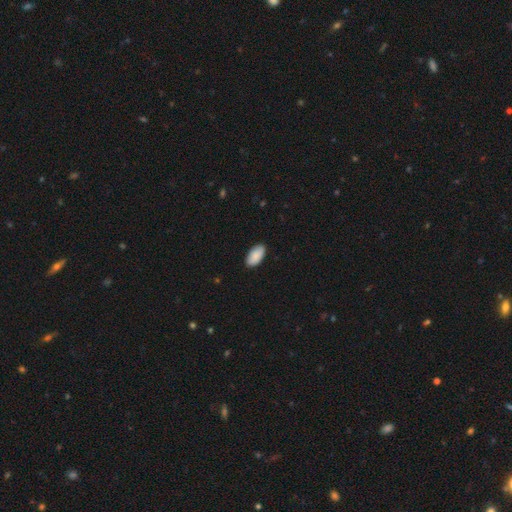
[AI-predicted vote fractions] Q: Smooth or featured?
A: smooth (90%); runner-up: star or artifact (6%)
Q: How rounded?
A: in between (96%); runner-up: cigar-shaped (2%)
Q: Merging?
A: none (87%); runner-up: minor disturbance (10%)